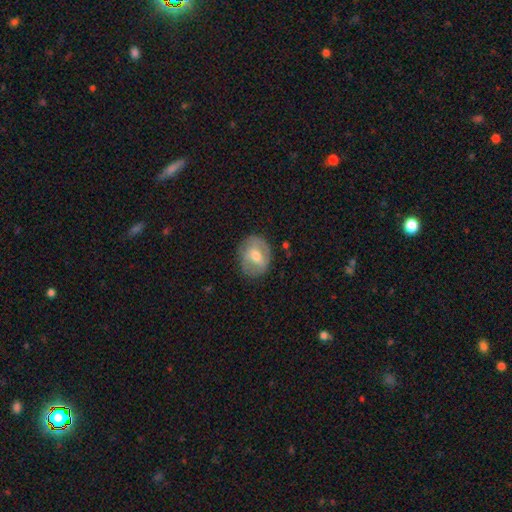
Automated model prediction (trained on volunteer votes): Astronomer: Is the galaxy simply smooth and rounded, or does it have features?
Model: featured or disk — 54% (runner-up: smooth, 39%).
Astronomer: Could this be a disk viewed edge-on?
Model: no — 95%.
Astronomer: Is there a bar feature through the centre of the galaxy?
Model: weak — 49% (runner-up: no, 26%).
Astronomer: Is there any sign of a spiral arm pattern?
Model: yes — 62% (runner-up: no, 38%).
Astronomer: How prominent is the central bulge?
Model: moderate — 67%.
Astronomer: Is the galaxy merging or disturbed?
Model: none — 75%.